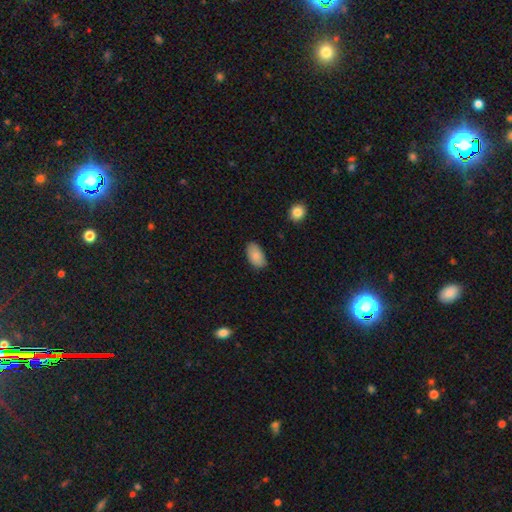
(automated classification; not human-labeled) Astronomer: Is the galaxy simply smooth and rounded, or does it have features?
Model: smooth — 88%.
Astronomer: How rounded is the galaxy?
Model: in between — 95%.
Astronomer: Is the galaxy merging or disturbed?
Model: none — 82%.